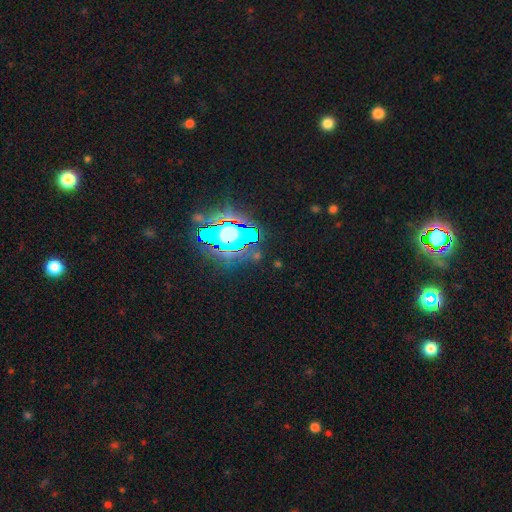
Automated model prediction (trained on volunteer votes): Morphology: type=star or artifact (82%).